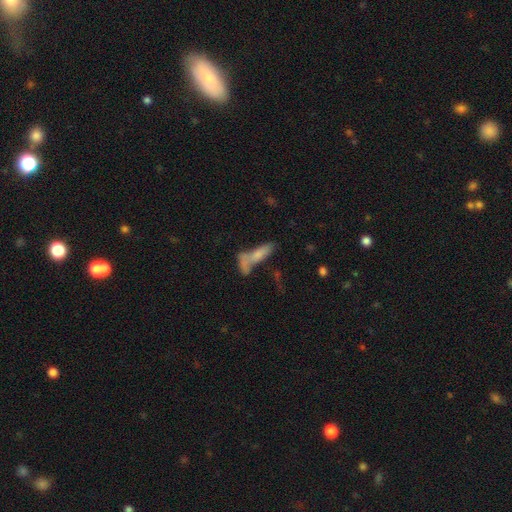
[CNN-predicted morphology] Smooth or featured? smooth (62%)
How rounded? cigar-shaped (57%)
Merging? merger (44%)